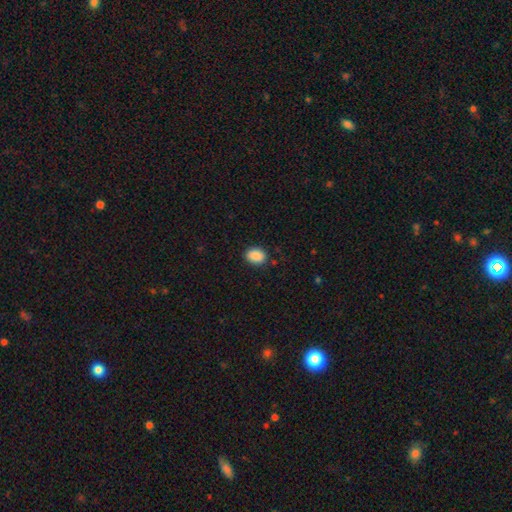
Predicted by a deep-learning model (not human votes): smooth 89%, star or artifact 8%, featured or disk 3%. Down the decision tree: how rounded — in between (69%); merging — none (87%).